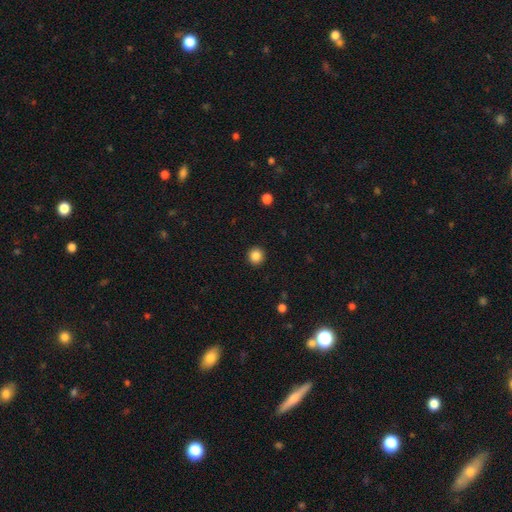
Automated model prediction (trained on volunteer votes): Morphology: type=smooth (86%); roundness=round (93%); merging=none (92%).